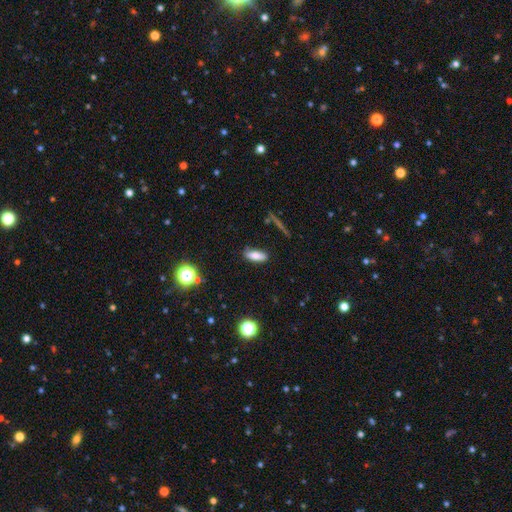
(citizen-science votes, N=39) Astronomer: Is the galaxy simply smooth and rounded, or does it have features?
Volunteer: smooth — 85%.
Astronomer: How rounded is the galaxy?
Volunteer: in between — 64%.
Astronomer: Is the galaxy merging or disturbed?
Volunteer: none — 82%.